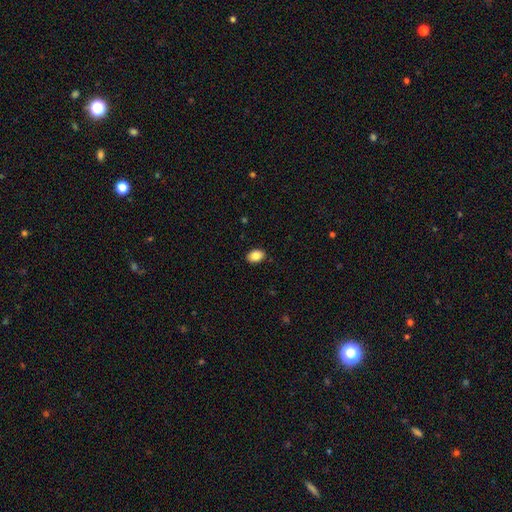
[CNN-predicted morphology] Smooth or featured?
  - smooth: 87% *
  - star or artifact: 8%
  - featured or disk: 5%
How rounded?
  - in between: 78% *
  - round: 21%
  - cigar-shaped: 1%
Merging?
  - none: 89% *
  - minor disturbance: 8%
  - major disturbance: 2%
  - merger: 1%